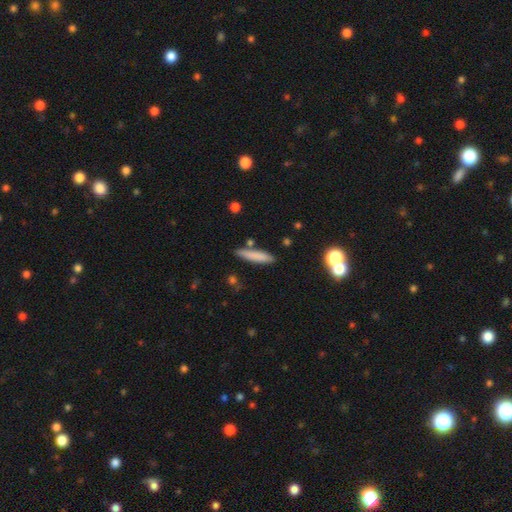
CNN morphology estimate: type=smooth (80%); roundness=cigar-shaped (85%); merging=none (82%).